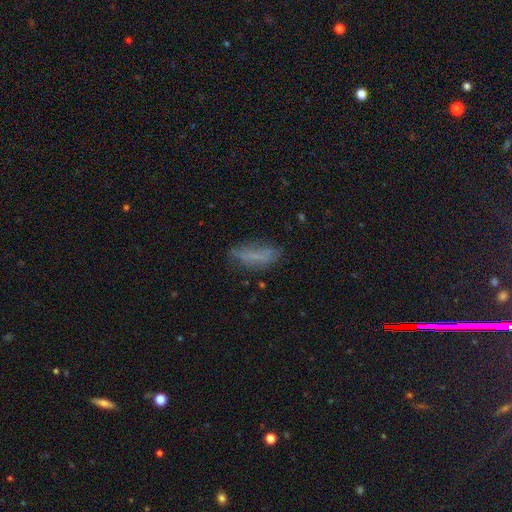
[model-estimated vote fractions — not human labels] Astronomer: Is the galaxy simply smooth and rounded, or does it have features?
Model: smooth — 59%.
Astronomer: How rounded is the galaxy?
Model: in between — 56% (runner-up: cigar-shaped, 41%).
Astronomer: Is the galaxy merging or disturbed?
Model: none — 59%.